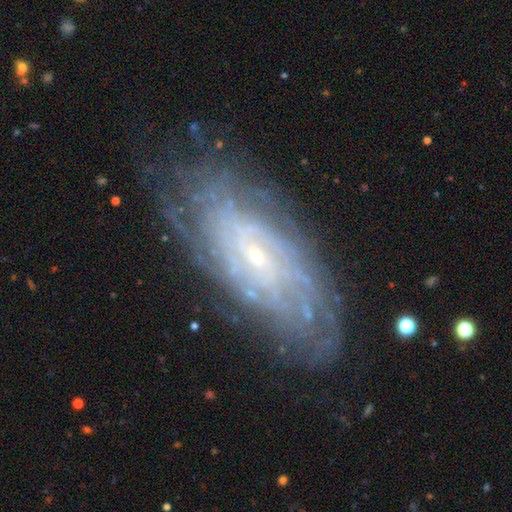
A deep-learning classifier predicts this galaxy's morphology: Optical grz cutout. It shows a featured or disk galaxy (81%) with no bar (57%), tight (74%) spiral arms (91%) and a small central bulge (80%). Merging: none (76%).